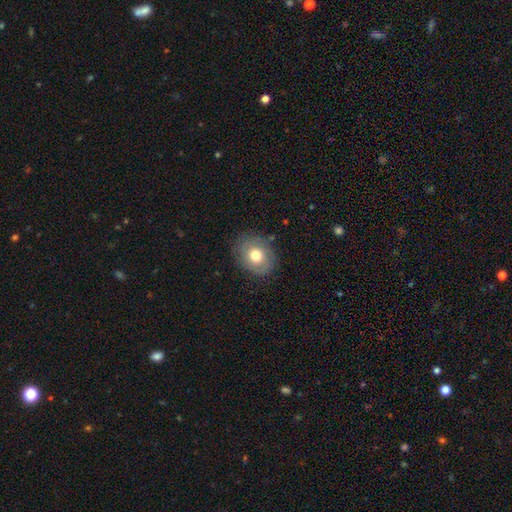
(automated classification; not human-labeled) smooth_or_featured: smooth (p=0.69) [alt: featured or disk p=0.23]
how_rounded: round (p=0.58) [alt: in between p=0.41]
merging: none (p=0.81) [alt: minor disturbance p=0.13]